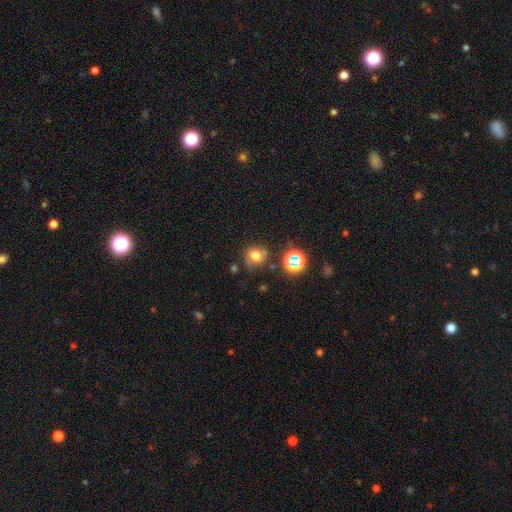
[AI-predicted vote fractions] smooth_or_featured: smooth (p=0.66) [alt: star or artifact p=0.19]
how_rounded: round (p=0.78) [alt: in between p=0.21]
merging: none (p=0.62) [alt: minor disturbance p=0.21]